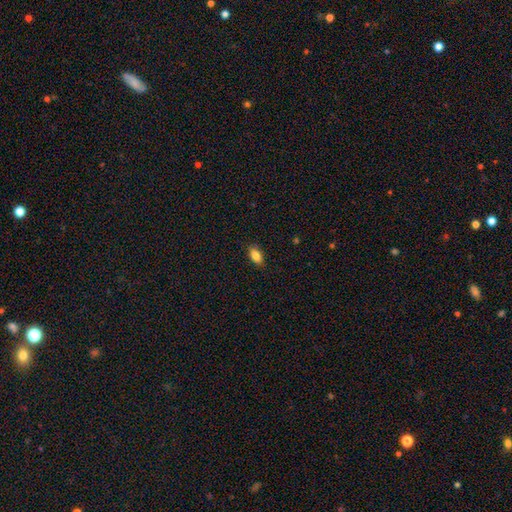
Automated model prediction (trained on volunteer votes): Smooth or featured: smooth — 85% (star or artifact — 8%)
How rounded: in between — 89% (cigar-shaped — 6%)
Merging: none — 86% (minor disturbance — 11%)